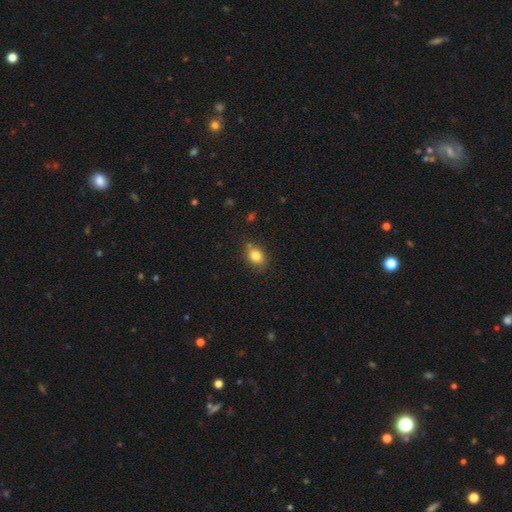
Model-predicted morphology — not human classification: Overall: smooth (82%). How rounded: in between (68%; round 30%). Merging: none (76%).